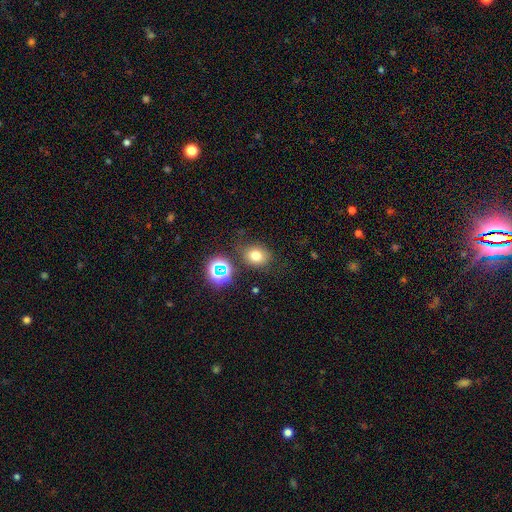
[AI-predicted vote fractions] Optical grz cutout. It shows a smooth galaxy with no disk features (71%) that is round (58%). Merging: none (75%).